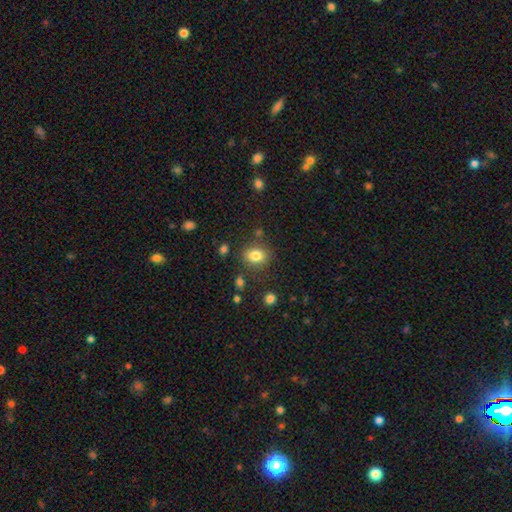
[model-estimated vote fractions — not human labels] A smooth galaxy with no disk features (82%) that is in between round and cigar-shaped (61%). Merging: none (78%).